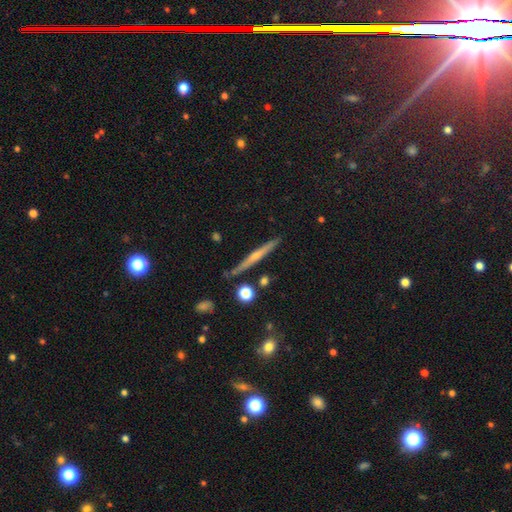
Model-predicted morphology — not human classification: A featured or disk galaxy (62%) viewed edge-on (97%) with a rounded central bulge (53%).

Vote fractions:
- Smooth or featured? featured or disk: 62% / smooth: 30% / star or artifact: 8%
- Edge-on disk? yes: 97% / no: 3%
- Edge-on bulge? rounded: 53% / none: 41% / boxy: 6%
- Merging? none: 87% / minor disturbance: 9% / merger: 3% / major disturbance: 2%